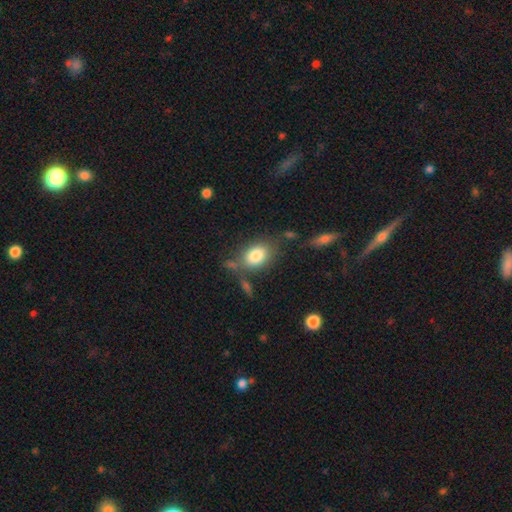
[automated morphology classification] smooth 81%, featured or disk 11%, star or artifact 8%. Down the decision tree: how rounded — in between (76%); merging — none (64%).